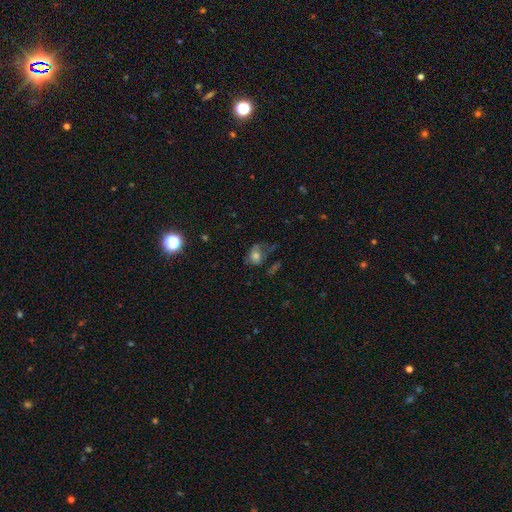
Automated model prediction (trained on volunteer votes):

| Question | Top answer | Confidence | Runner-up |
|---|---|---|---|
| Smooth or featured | smooth | 58% | featured or disk (29%) |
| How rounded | in between | 62% | round (36%) |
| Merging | major disturbance | 43% | none (28%) |